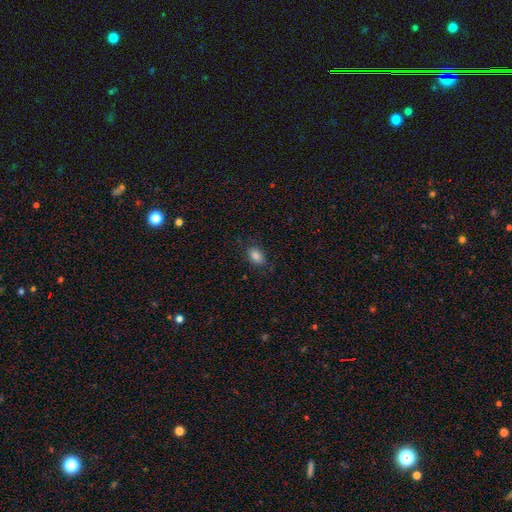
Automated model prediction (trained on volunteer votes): This is clearly a smooth galaxy (86%). How rounded: clearly in between (87%). Merging: clearly none (81%).